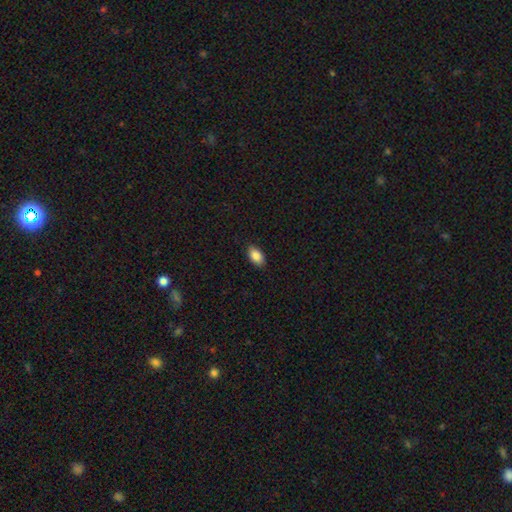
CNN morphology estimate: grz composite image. It shows a smooth galaxy with no disk features (86%) that is in between round and cigar-shaped (92%). Merging: none (88%).